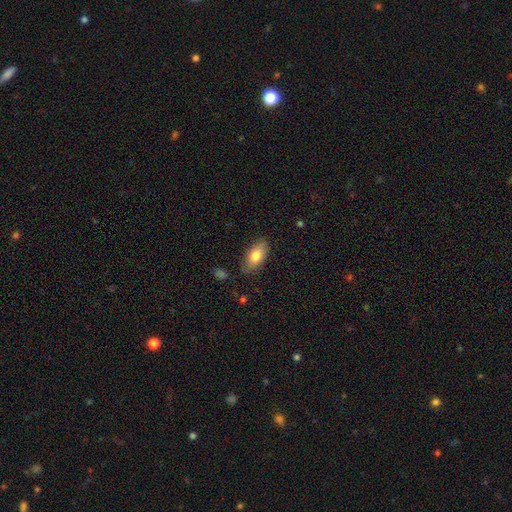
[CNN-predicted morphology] This appears to be a smooth galaxy with no disk features (80%) that is in between round and cigar-shaped (90%). Merging: none (83%).